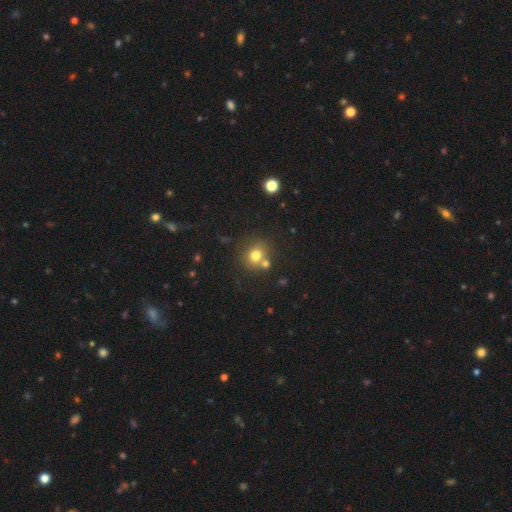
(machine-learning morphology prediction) type=smooth (76%); roundness=round (82%); merging=none (64%).